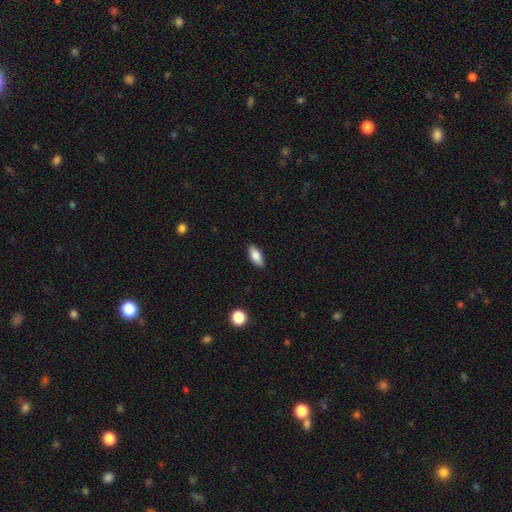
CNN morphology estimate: A smooth galaxy with no disk features (85%) that is in between round and cigar-shaped (86%). Merging: none (86%).